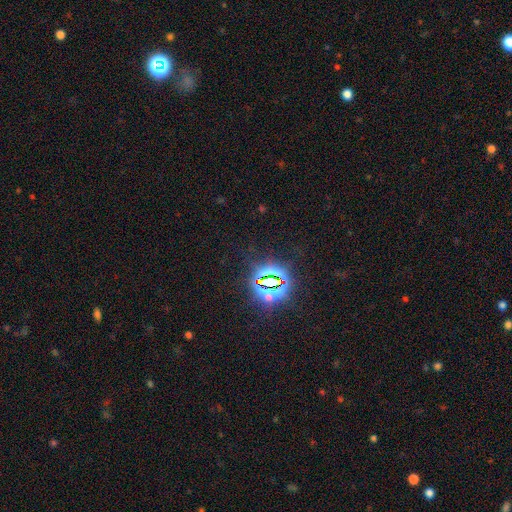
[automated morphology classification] This appears to be a star or artifact, not a galaxy (84%).